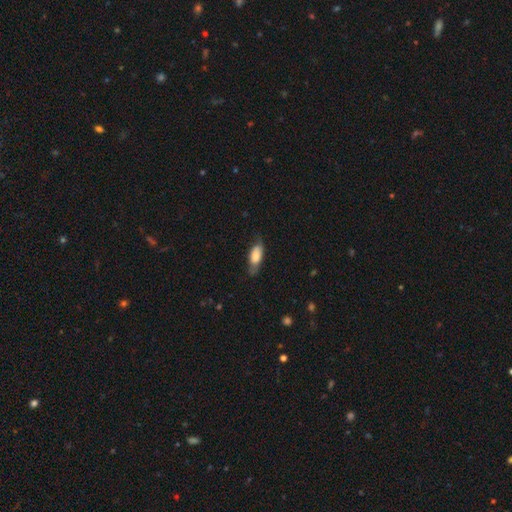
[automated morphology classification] smooth_or_featured: smooth (p=0.75) [alt: featured or disk p=0.19]
how_rounded: in between (p=0.79) [alt: cigar-shaped p=0.18]
merging: none (p=0.66) [alt: minor disturbance p=0.26]